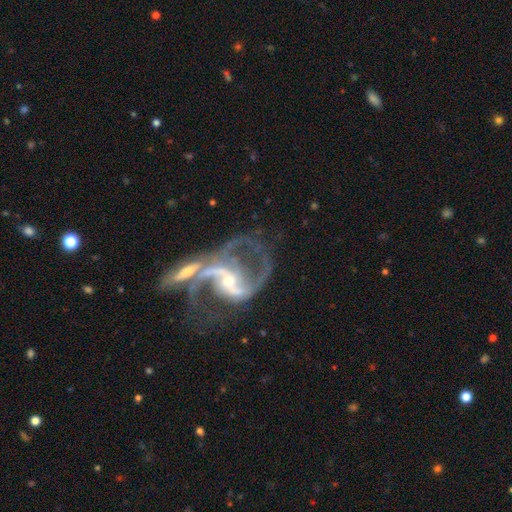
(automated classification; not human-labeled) A featured or disk galaxy (88%) with a weak bar (38%), 2 (76%) loose (53%) spiral arms (93%) and a small central bulge (54%).

Vote fractions:
- Smooth or featured? featured or disk: 88% / star or artifact: 7% / smooth: 6%
- Edge-on disk? no: 96% / yes: 4%
- Bar? weak: 38% / no: 35% / strong: 27%
- Spiral arms? yes: 93% / no: 7%
- Spiral winding? loose: 53% / medium: 36% / tight: 11%
- Spiral arm count? 2: 76% / can't tell: 8% / 1: 7% / 3: 5% / 4: 2% / more than 4: 2%
- Bulge size? small: 54% / moderate: 40% / none: 3% / large: 2% / dominant: 1%
- Merging? merger: 62% / major disturbance: 17% / none: 14% / minor disturbance: 7%